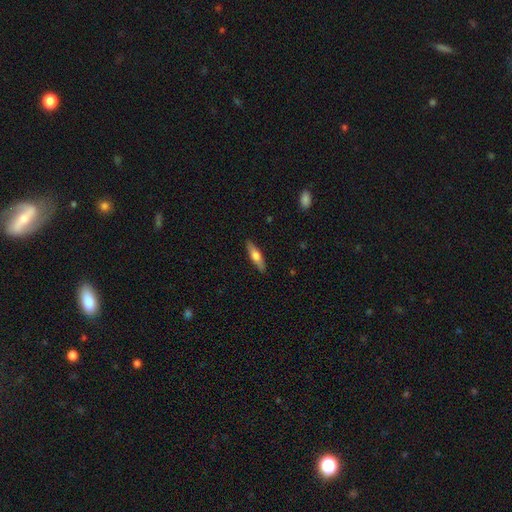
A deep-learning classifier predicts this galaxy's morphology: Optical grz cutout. It shows a smooth galaxy with no disk features (57%) that is cigar-shaped (69%). Merging: none (89%).